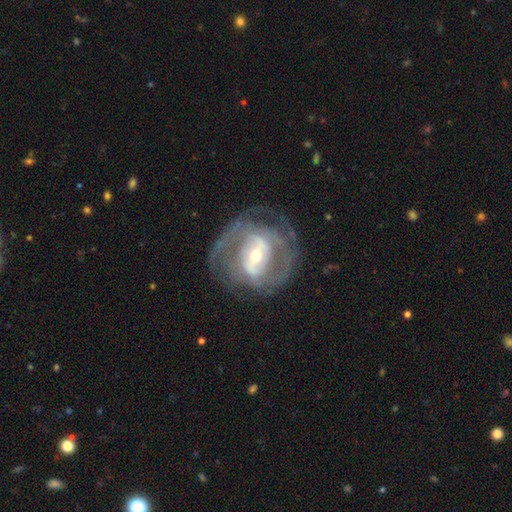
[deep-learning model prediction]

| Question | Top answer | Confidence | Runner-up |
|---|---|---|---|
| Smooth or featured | featured or disk | 85% | smooth (10%) |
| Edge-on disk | no | 96% | yes (4%) |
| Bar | strong | 39% | weak (38%) |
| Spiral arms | yes | 87% | no (13%) |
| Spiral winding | tight | 42% | tied: medium (42%) |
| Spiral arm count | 2 | 58% | can't tell (21%) |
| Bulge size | small | 49% | moderate (44%) |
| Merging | none | 69% | minor disturbance (15%) |